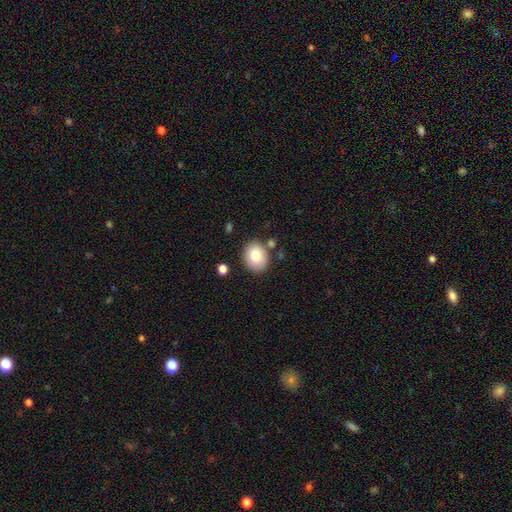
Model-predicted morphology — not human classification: Overall: smooth (81%). How rounded: round (53%; in between 47%). Merging: none (79%).